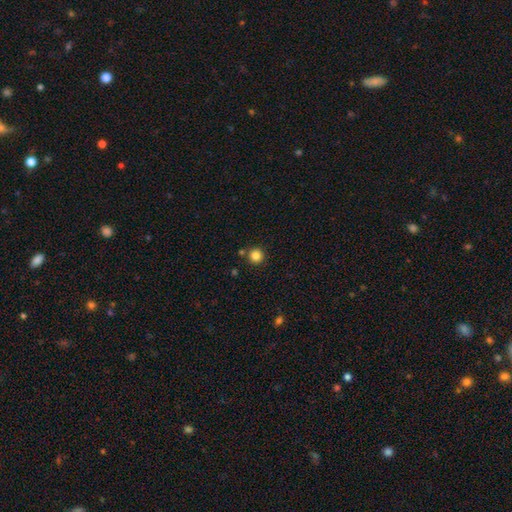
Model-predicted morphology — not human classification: A smooth galaxy with no disk features (84%) that is round (96%). Merging: none (86%).